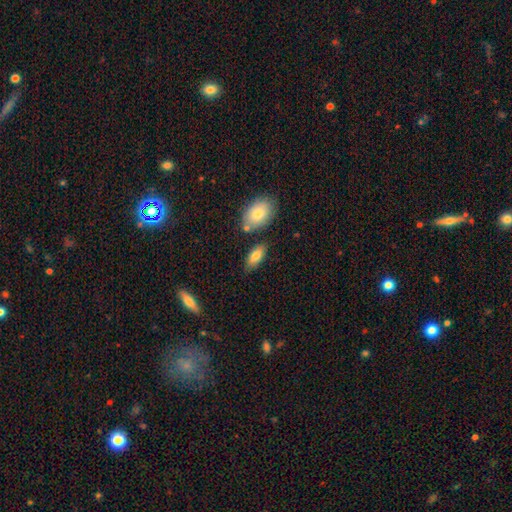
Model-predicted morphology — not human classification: smooth-or-featured: smooth: 78% | featured or disk: 15% | star or artifact: 7%
  how-rounded: in between: 83% | cigar-shaped: 14% | round: 3%
  merging: none: 73% | minor disturbance: 15% | merger: 9% | major disturbance: 3%